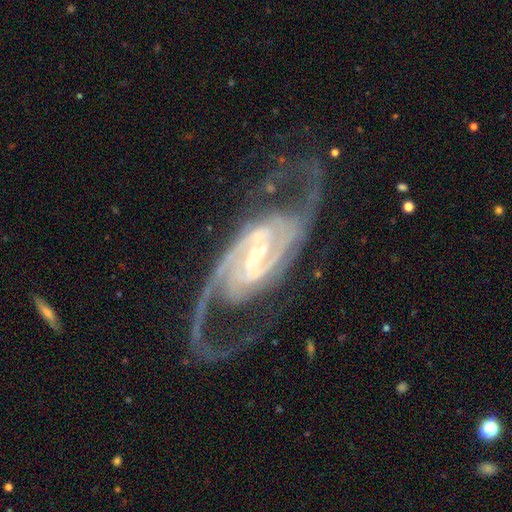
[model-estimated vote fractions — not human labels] Smooth or featured?
  - featured or disk: 93% *
  - star or artifact: 5%
  - smooth: 2%
Edge-on disk?
  - no: 96% *
  - yes: 4%
Bar?
  - strong: 44% *
  - weak: 41%
  - no: 15%
Spiral arms?
  - yes: 99% *
  - no: 1%
Spiral winding?
  - medium: 54% *
  - tight: 27%
  - loose: 20%
Spiral arm count?
  - 2: 83% *
  - 3: 5%
  - can't tell: 4%
  - 4: 3%
  - 1: 2%
  - more than 4: 2%
Bulge size?
  - small: 63% *
  - moderate: 31%
  - large: 3%
  - none: 3%
  - dominant: 1%
Merging?
  - none: 71% *
  - major disturbance: 14%
  - minor disturbance: 13%
  - merger: 2%